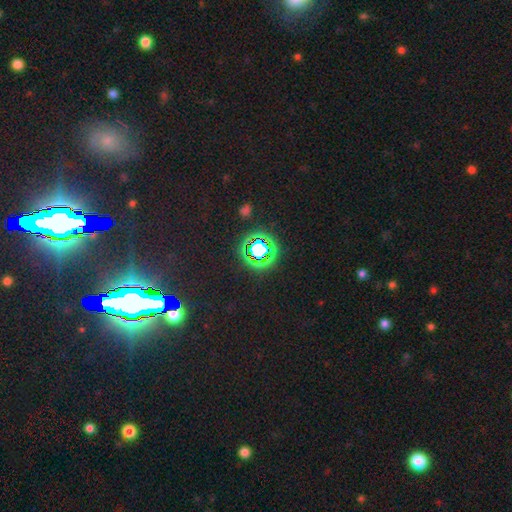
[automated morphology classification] This is likely a star or artifact rather than a galaxy (80%).